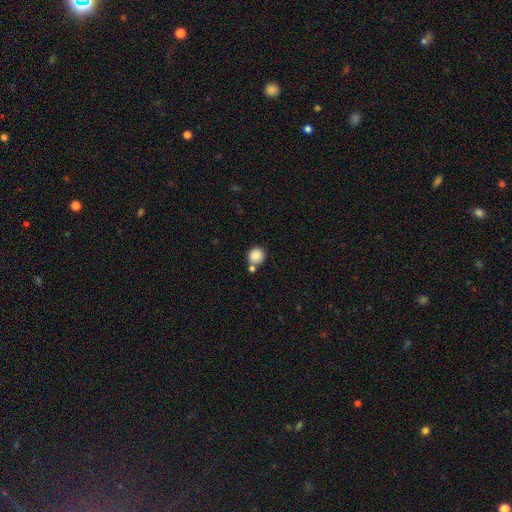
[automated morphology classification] This is clearly a smooth galaxy (86%). How rounded: clearly round (89%). Merging: likely none (65%).